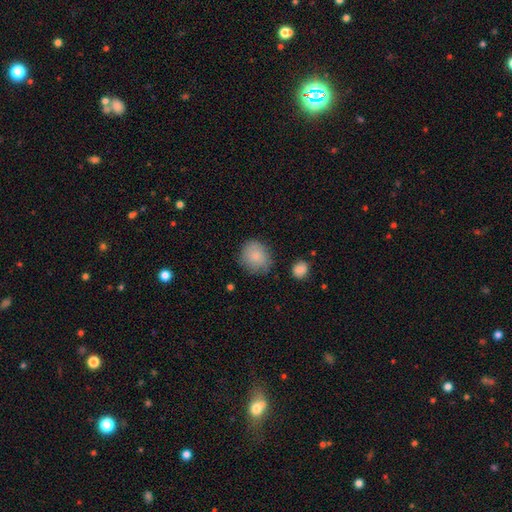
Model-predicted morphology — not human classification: smooth 81%, featured or disk 11%, star or artifact 8%. Down the decision tree: how rounded — round (79%); merging — none (77%).